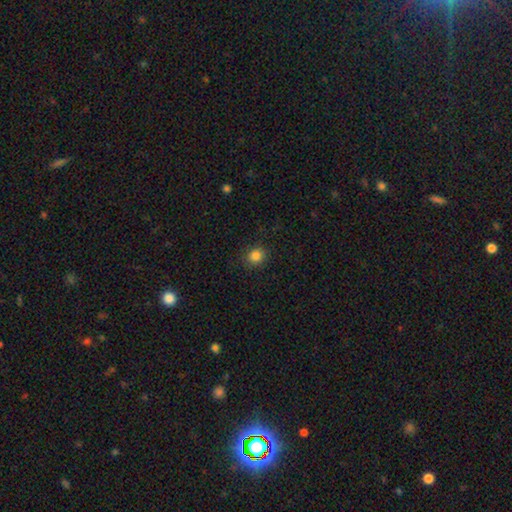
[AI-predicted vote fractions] smooth-or-featured: smooth: 84% | star or artifact: 12% | featured or disk: 4%
  how-rounded: round: 81% | in between: 18% | cigar-shaped: 1%
  merging: none: 88% | minor disturbance: 8% | major disturbance: 2% | merger: 1%